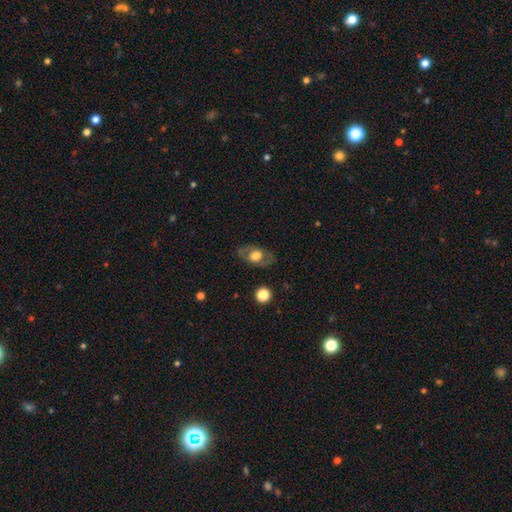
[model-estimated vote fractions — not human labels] smooth-or-featured: featured or disk: 46% (tied) | smooth: 46% (tied) | star or artifact: 8%
  merging: none: 78% | minor disturbance: 15% | major disturbance: 6% | merger: 1%